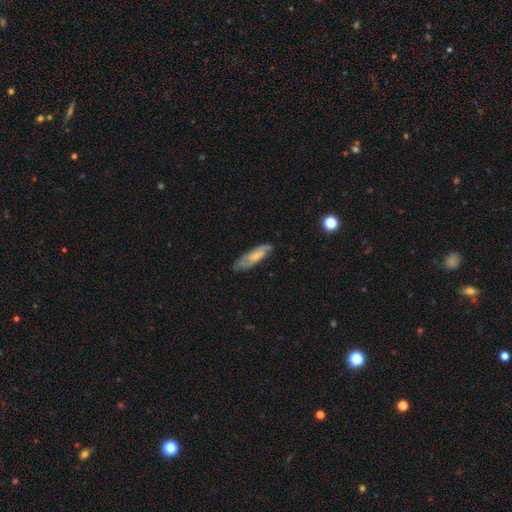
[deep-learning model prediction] smooth_or_featured: featured or disk (p=0.49) [alt: smooth p=0.44]
merging: none (p=0.68) [alt: minor disturbance p=0.23]